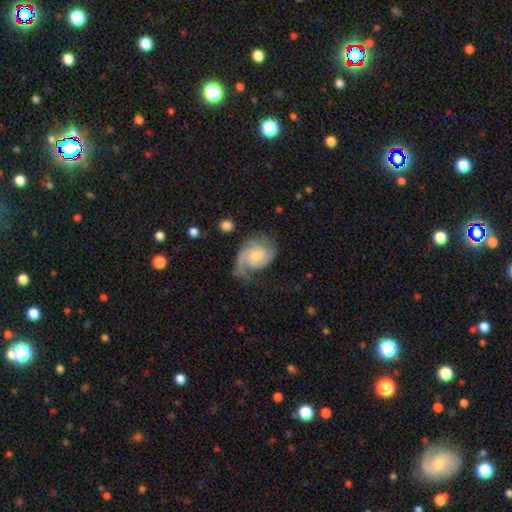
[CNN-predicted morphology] A featured or disk galaxy (75%) with no bar (60%), 2 (46%) medium (40%) spiral arms (93%) and a moderate central bulge (54%).

Vote fractions:
- Smooth or featured? featured or disk: 75% / smooth: 19% / star or artifact: 5%
- Edge-on disk? no: 97% / yes: 3%
- Bar? no: 60% / weak: 36% / strong: 5%
- Spiral arms? yes: 93% / no: 7%
- Spiral winding? medium: 40% / tight: 37% / loose: 23%
- Spiral arm count? 2: 46% / 1: 30% / can't tell: 14% / 3: 6% / 4: 2% / more than 4: 2%
- Bulge size? moderate: 54% / small: 38% / large: 5% / none: 3% / dominant: 1%
- Merging? none: 41% / major disturbance: 29% / minor disturbance: 28% / merger: 3%